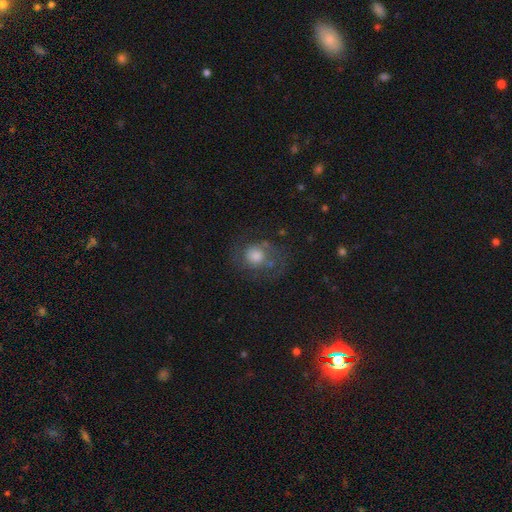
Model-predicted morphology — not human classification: type=smooth (48%); merging=none (59%).